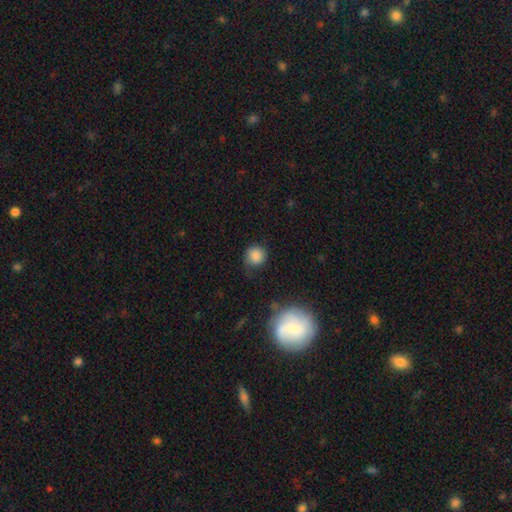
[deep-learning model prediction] A smooth galaxy with no disk features (82%) that is round (89%). Merging: none (64%).